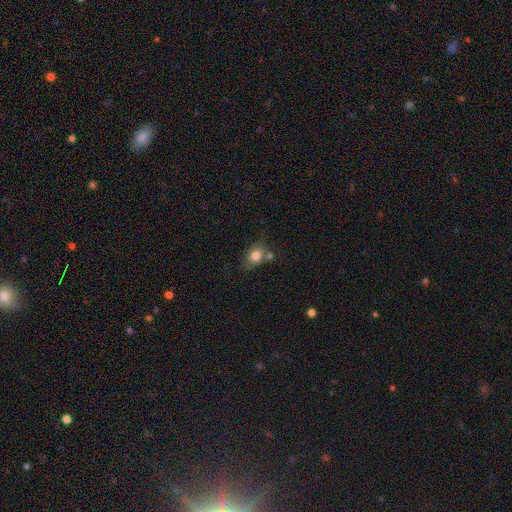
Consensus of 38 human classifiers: This is clearly a smooth galaxy (84%). How rounded: possibly in between (53%). Merging: marginally none (41%).